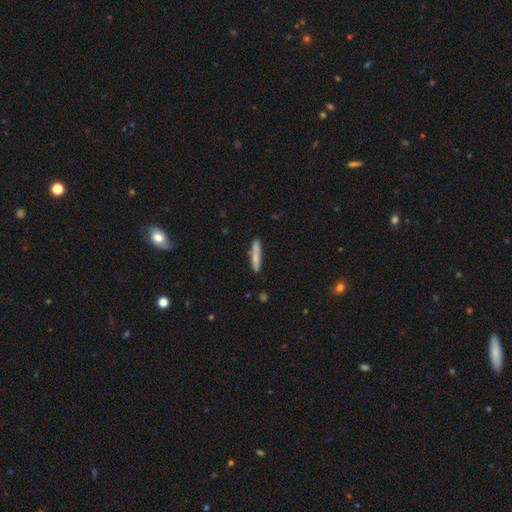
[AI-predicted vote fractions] The model was most divided on "smooth or featured": smooth: 77%, featured or disk: 16%, star or artifact: 6%. More confident: how rounded — cigar-shaped (91%); merging — none (82%).